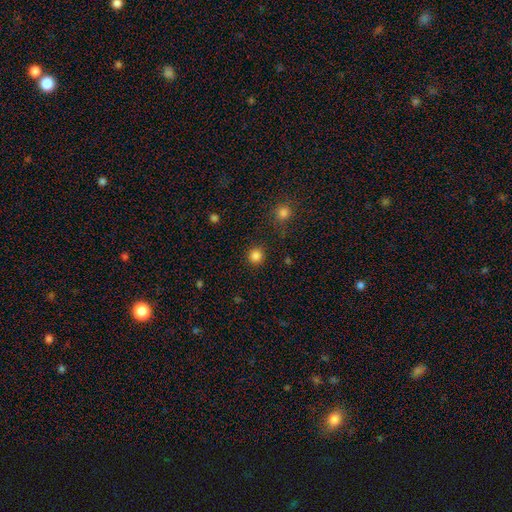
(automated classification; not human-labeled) This is clearly a smooth galaxy (85%). How rounded: clearly round (93%). Merging: clearly none (90%).